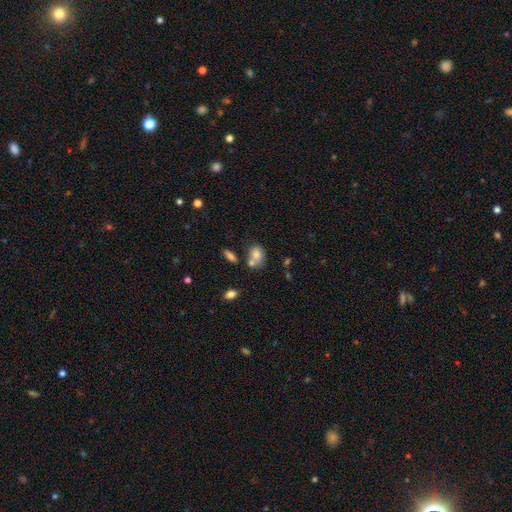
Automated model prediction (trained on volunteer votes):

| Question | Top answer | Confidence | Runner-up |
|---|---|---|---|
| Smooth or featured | smooth | 74% | featured or disk (15%) |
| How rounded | in between | 69% | round (29%) |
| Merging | none | 40% | merger (38%) |